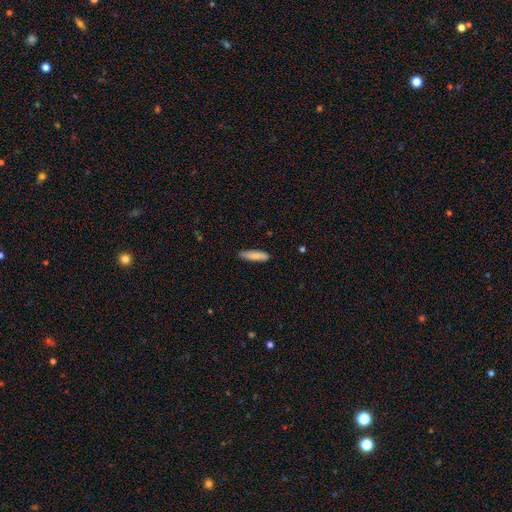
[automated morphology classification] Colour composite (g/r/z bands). It shows a smooth galaxy with no disk features (85%) that is cigar-shaped (77%). Merging: none (85%).